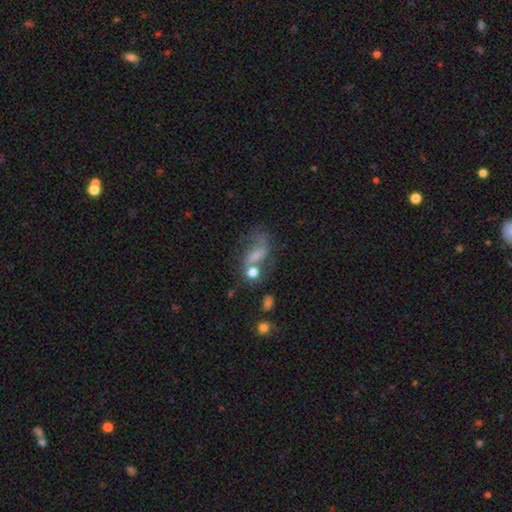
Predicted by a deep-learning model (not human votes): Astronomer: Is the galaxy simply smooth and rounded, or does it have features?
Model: smooth — 42% (runner-up: featured or disk, 40%).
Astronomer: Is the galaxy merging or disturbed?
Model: none — 30% (runner-up: major disturbance, 29%).